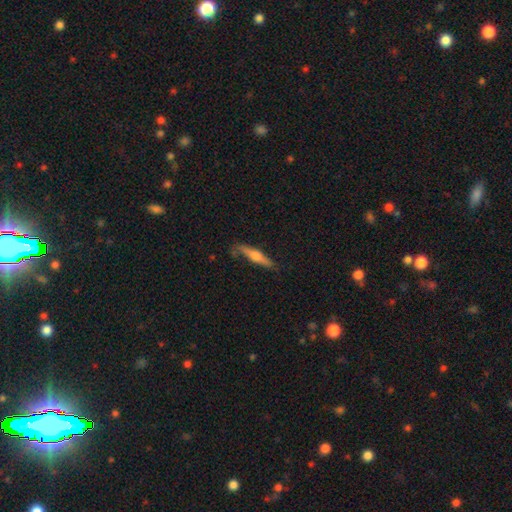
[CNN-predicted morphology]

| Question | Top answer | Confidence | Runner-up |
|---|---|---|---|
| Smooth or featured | featured or disk | 53% | smooth (41%) |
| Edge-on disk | yes | 93% | no (7%) |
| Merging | none | 73% | minor disturbance (20%) |